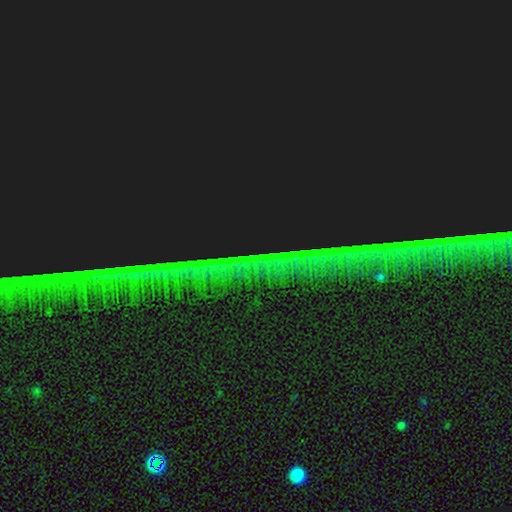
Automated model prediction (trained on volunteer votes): Smooth or featured: star or artifact — 86% (featured or disk — 8%)